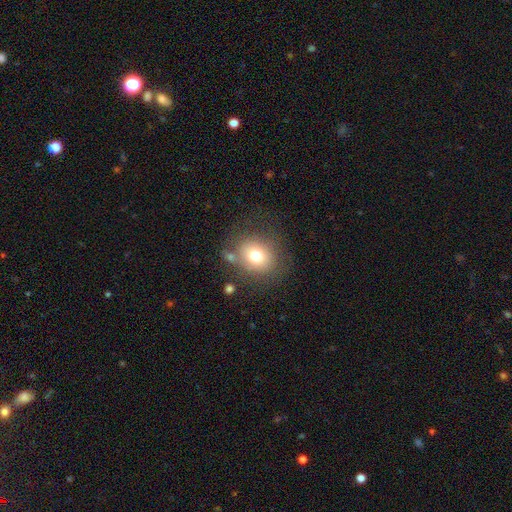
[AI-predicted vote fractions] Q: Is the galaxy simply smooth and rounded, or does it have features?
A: smooth — 73%.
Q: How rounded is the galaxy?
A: round — 71%.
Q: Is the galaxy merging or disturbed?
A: none — 69%.